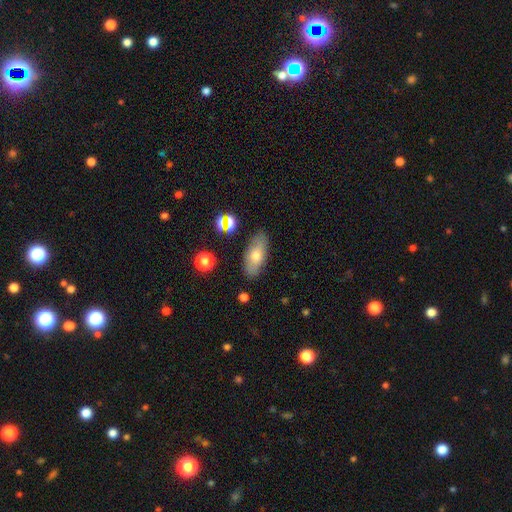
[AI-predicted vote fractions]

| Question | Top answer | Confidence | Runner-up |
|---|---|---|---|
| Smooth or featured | smooth | 67% | featured or disk (25%) |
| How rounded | in between | 80% | cigar-shaped (16%) |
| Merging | none | 84% | minor disturbance (11%) |